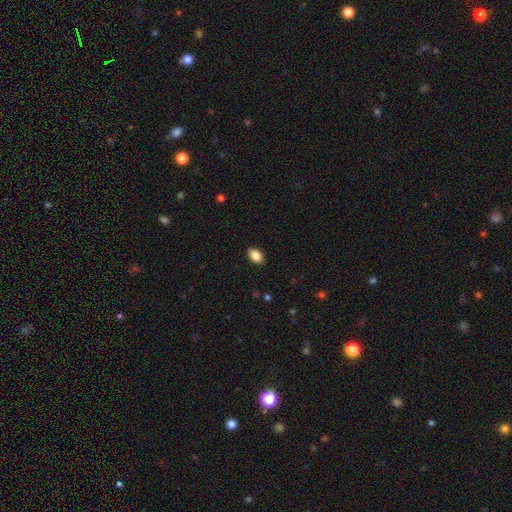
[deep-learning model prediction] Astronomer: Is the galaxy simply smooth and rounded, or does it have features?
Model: smooth — 88%.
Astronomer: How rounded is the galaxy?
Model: in between — 85%.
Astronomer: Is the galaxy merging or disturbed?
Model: none — 89%.